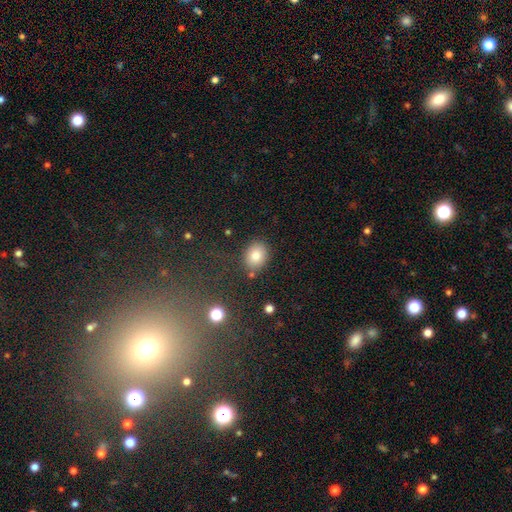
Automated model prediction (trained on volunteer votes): This appears to be a smooth galaxy with no disk features (81%) that is in between round and cigar-shaped (50%). Merging: none (81%).